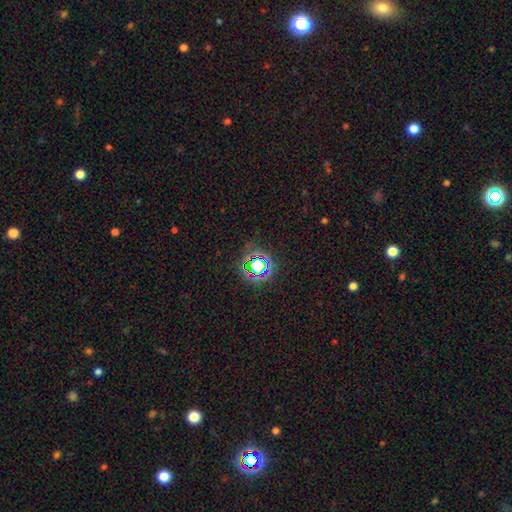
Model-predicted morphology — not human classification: star or artifact 78%, smooth 15%, featured or disk 7%.